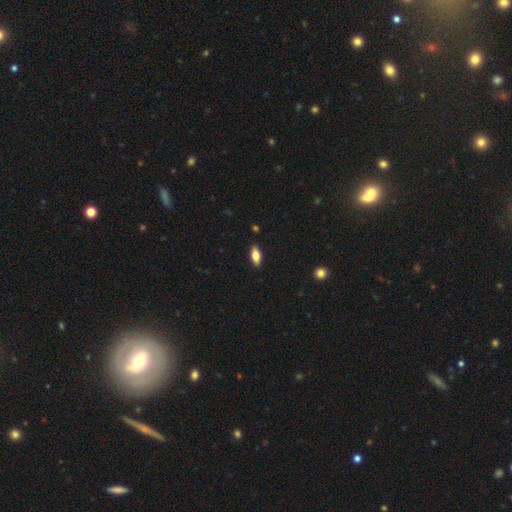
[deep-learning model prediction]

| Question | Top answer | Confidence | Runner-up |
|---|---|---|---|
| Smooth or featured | smooth | 66% | featured or disk (27%) |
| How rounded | in between | 77% | cigar-shaped (21%) |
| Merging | none | 89% | minor disturbance (8%) |